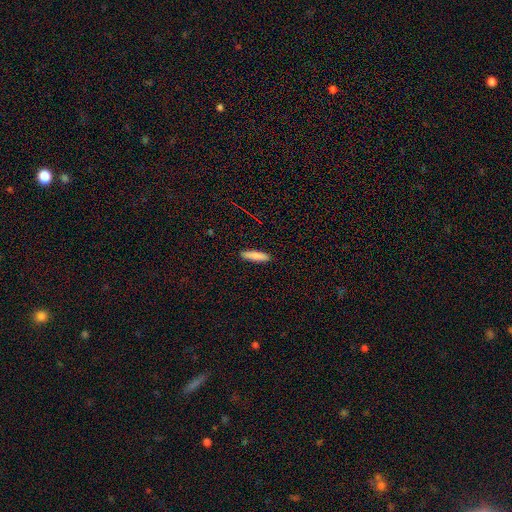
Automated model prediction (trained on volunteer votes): A smooth galaxy with no disk features (84%) that is cigar-shaped (77%).

Vote fractions:
- Smooth or featured? smooth: 84% / featured or disk: 9% / star or artifact: 7%
- How rounded? cigar-shaped: 77% / in between: 21% / round: 1%
- Merging? none: 91% / minor disturbance: 7% / major disturbance: 2% / merger: 1%